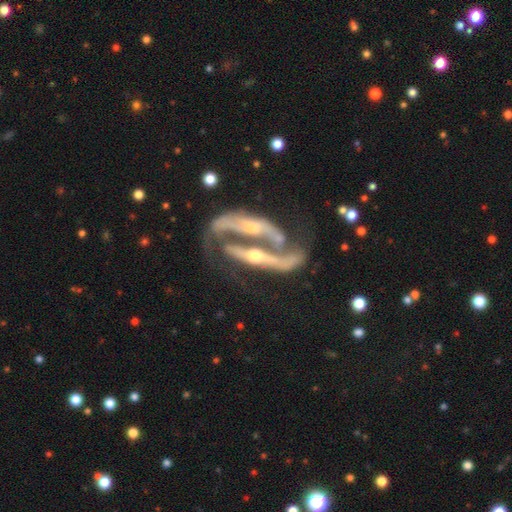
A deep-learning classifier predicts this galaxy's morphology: Smooth or featured?
  - featured or disk: 79% *
  - smooth: 13%
  - star or artifact: 8%
Edge-on disk?
  - no: 55% *
  - yes: 45%
Merging?
  - merger: 54% *
  - major disturbance: 20%
  - none: 16%
  - minor disturbance: 9%